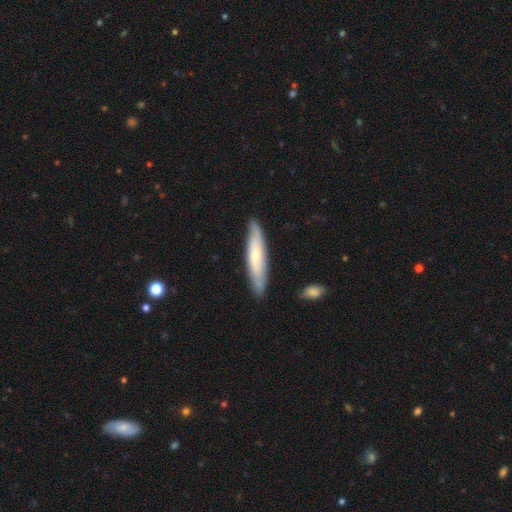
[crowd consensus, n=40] This appears to be a smooth galaxy with no disk features (57%) that is cigar-shaped (91%). Merging: none (89%).